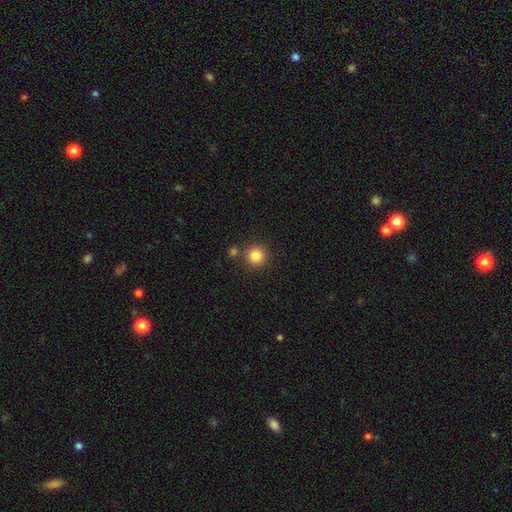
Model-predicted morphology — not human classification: A smooth galaxy with no disk features (84%) that is round (94%).

Vote fractions:
- Smooth or featured? smooth: 84% / star or artifact: 11% / featured or disk: 5%
- How rounded? round: 94% / in between: 5% / cigar-shaped: 1%
- Merging? none: 82% / merger: 8% / minor disturbance: 7% / major disturbance: 2%